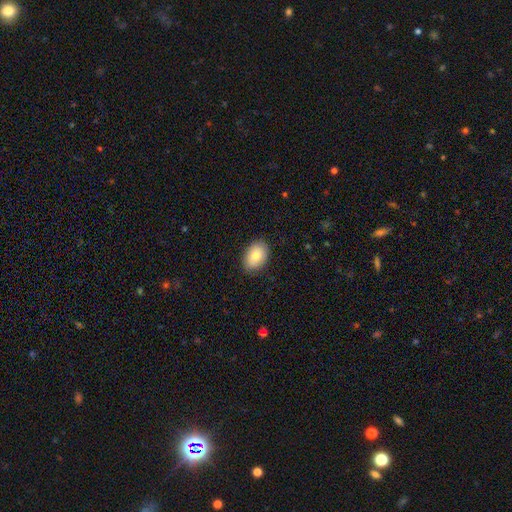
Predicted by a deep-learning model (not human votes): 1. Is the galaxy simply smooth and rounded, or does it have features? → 81% smooth, 12% featured or disk, 7% star or artifact.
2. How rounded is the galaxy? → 85% in between, 14% round, 1% cigar-shaped.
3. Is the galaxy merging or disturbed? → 86% none, 10% minor disturbance, 2% major disturbance, 1% merger.